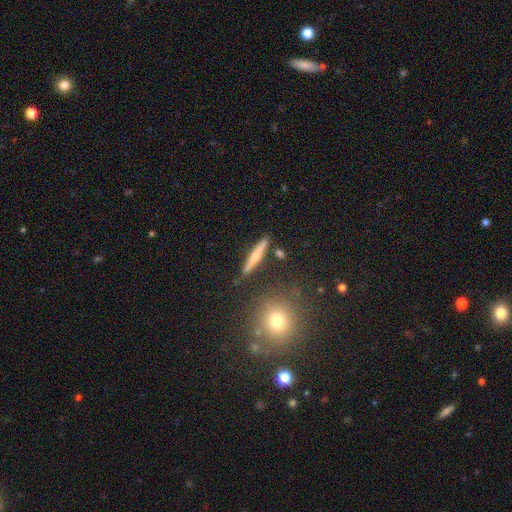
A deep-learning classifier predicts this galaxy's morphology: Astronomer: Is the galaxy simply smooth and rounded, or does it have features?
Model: smooth — 57% (runner-up: featured or disk, 36%).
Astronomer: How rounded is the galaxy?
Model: cigar-shaped — 90%.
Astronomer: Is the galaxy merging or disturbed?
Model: none — 85%.